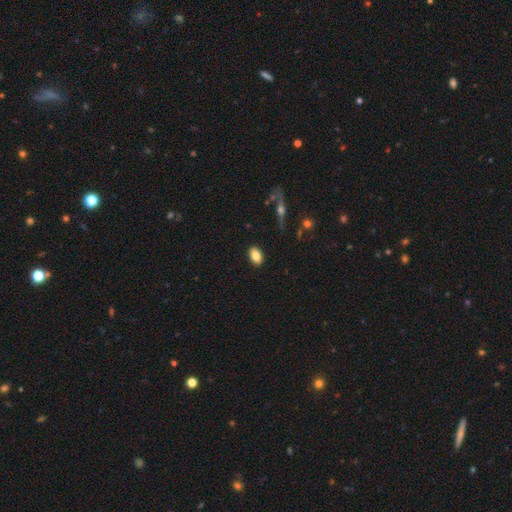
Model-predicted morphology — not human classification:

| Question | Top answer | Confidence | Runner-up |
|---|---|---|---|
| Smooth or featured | smooth | 84% | featured or disk (8%) |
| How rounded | in between | 90% | round (7%) |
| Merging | none | 89% | minor disturbance (8%) |